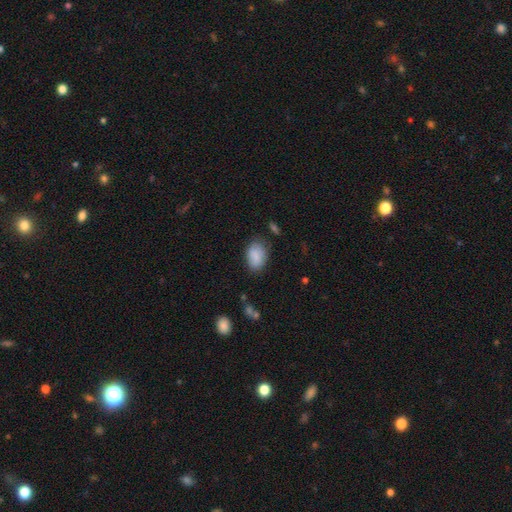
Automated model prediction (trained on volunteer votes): Q: Smooth or featured?
A: smooth (82%); runner-up: featured or disk (10%)
Q: How rounded?
A: in between (87%); runner-up: round (11%)
Q: Merging?
A: none (70%); runner-up: minor disturbance (22%)